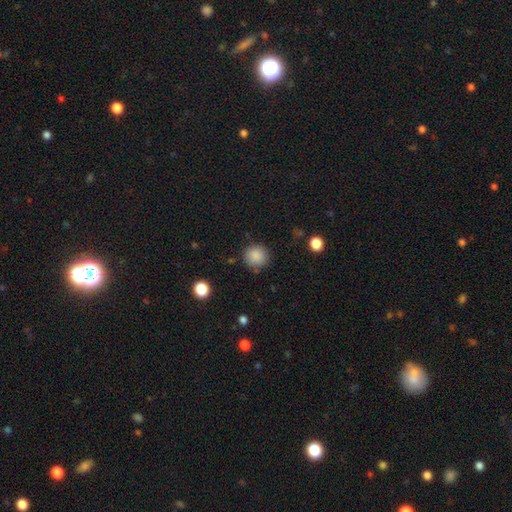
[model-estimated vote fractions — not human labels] Smooth or featured: smooth — 87% (star or artifact — 9%)
How rounded: round — 93% (in between — 6%)
Merging: none — 85% (minor disturbance — 9%)